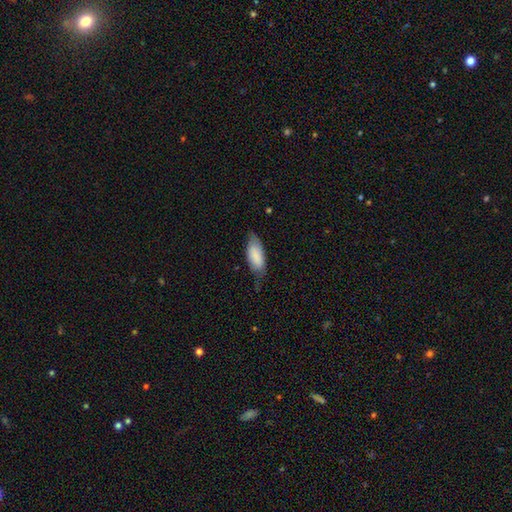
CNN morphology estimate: Smooth or featured: smooth — 82% (featured or disk — 12%)
How rounded: in between — 86% (cigar-shaped — 13%)
Merging: none — 57% (minor disturbance — 33%)